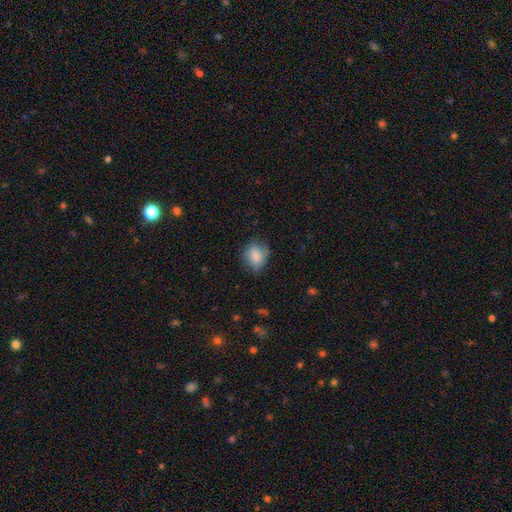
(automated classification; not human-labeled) Smooth or featured? smooth (79%)
How rounded? round (51%)
Merging? none (63%)